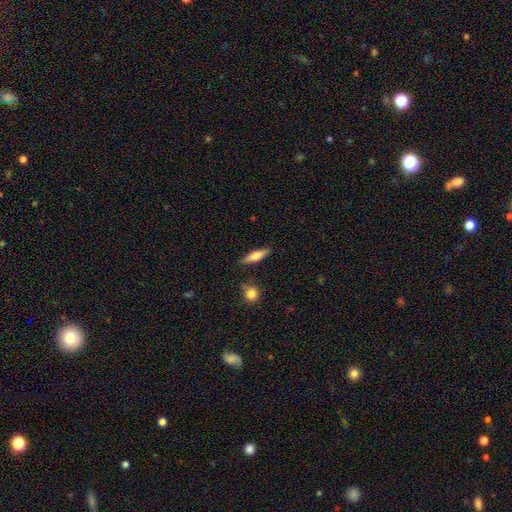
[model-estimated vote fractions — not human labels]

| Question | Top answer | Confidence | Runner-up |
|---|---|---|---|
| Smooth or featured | smooth | 62% | featured or disk (31%) |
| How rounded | cigar-shaped | 63% | in between (34%) |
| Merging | none | 84% | minor disturbance (11%) |